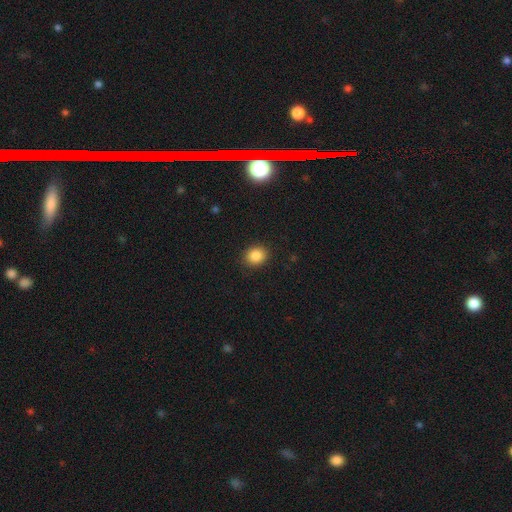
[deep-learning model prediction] Overall: smooth (86%). How rounded: round (66%; in between 33%). Merging: none (89%).